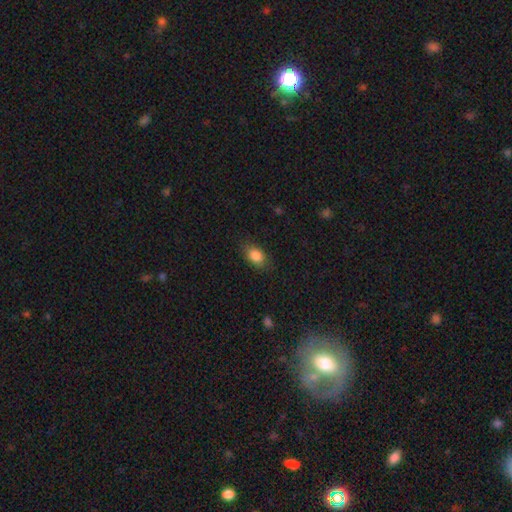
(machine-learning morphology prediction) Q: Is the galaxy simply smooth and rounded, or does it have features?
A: smooth — 86%.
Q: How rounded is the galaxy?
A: in between — 83%.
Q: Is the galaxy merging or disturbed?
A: none — 82%.